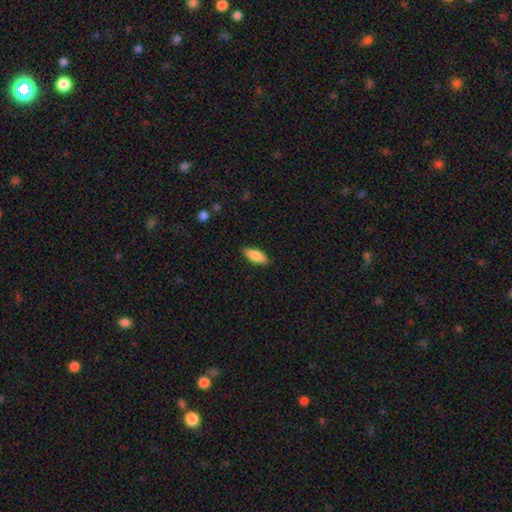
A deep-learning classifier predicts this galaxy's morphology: Overall: smooth (86%). How rounded: in between (71%). Merging: none (87%).